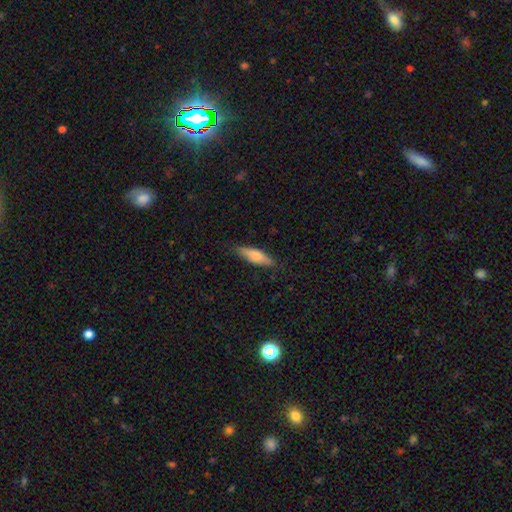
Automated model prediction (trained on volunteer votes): A smooth galaxy with no disk features (72%) that is cigar-shaped (55%).

Vote fractions:
- Smooth or featured? smooth: 72% / featured or disk: 22% / star or artifact: 6%
- How rounded? cigar-shaped: 55% / in between: 43% / round: 2%
- Merging? none: 82% / minor disturbance: 14% / major disturbance: 3% / merger: 1%